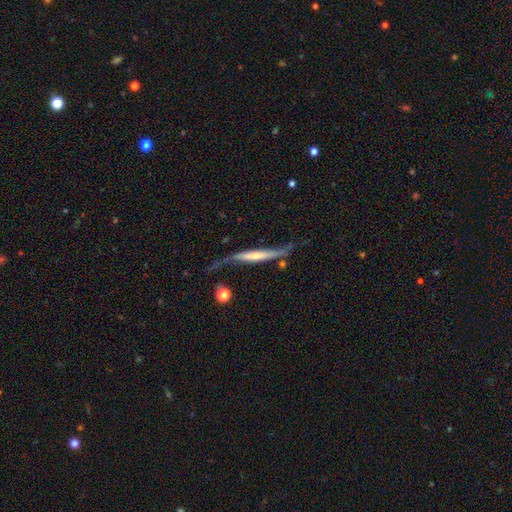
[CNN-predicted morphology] Smooth or featured: featured or disk — 69% (smooth — 25%)
Edge-on disk: yes — 60% (no — 40%)
Merging: none — 42% (minor disturbance — 26%)